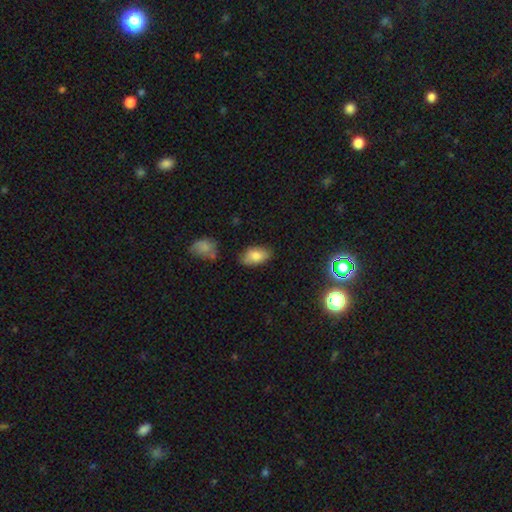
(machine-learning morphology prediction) This is clearly a smooth galaxy (81%). How rounded: clearly in between (93%). Merging: likely none (75%).